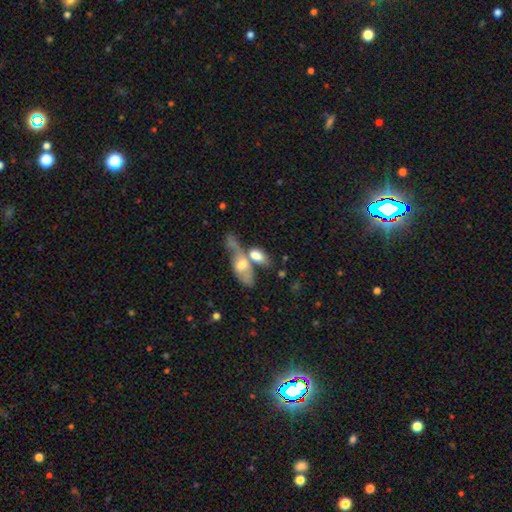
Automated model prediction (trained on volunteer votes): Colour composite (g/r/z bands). It shows a smooth galaxy with no disk features (64%) that is in between round and cigar-shaped (80%). Merging: merger (54%).